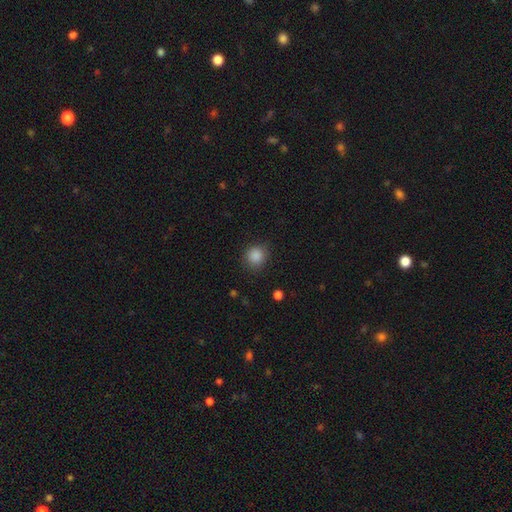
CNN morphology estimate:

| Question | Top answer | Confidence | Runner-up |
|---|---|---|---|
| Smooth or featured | smooth | 87% | star or artifact (10%) |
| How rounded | round | 87% | in between (12%) |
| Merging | none | 85% | minor disturbance (10%) |